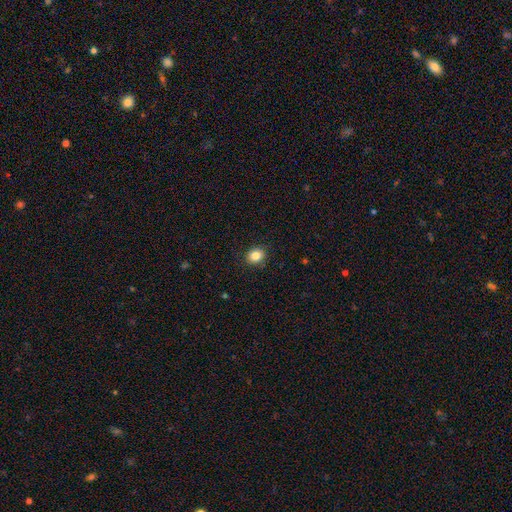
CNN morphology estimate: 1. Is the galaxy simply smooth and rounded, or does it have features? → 85% smooth, 10% star or artifact, 5% featured or disk.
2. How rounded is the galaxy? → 58% round, 41% in between, 1% cigar-shaped.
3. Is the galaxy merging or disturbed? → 89% none, 8% minor disturbance, 2% major disturbance, 1% merger.